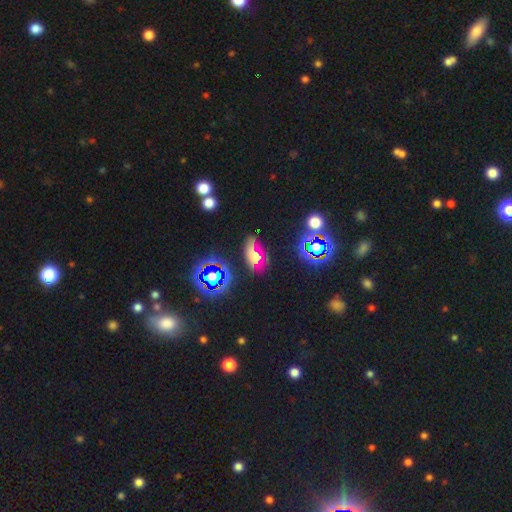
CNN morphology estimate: This is marginally a smooth galaxy (35%). Merging: marginally none (44%).